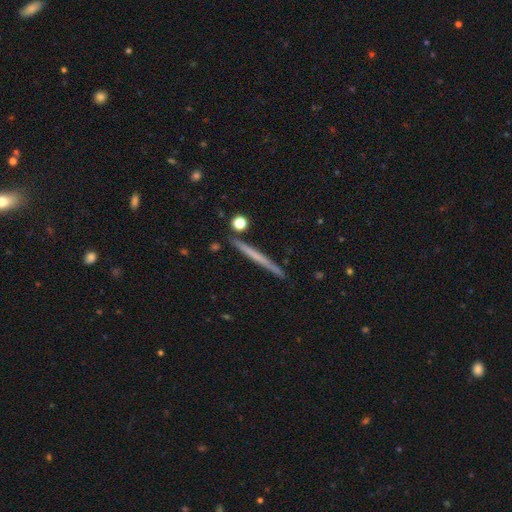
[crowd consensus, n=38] Volunteers were most divided on "smooth or featured": featured or disk: 58%, smooth: 37%, star or artifact: 5%. More confident: edge-on bulge — none (100%); edge-on disk — yes (86%); merging — none (83%).